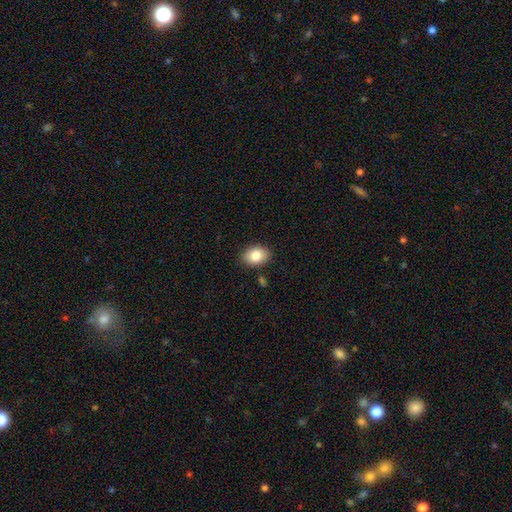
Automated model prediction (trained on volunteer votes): smooth-or-featured: smooth: 84% | featured or disk: 8% | star or artifact: 8%
  how-rounded: in between: 77% | round: 22% | cigar-shaped: 1%
  merging: none: 86% | minor disturbance: 9% | major disturbance: 2% | merger: 2%